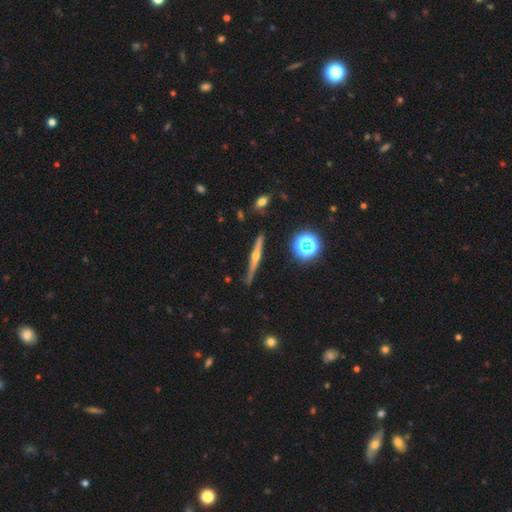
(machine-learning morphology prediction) Smooth or featured? Predicted: featured or disk (p=0.70). Edge-on disk? Predicted: yes (p=0.97). Edge-on bulge? Predicted: rounded (p=0.91). Merging? Predicted: none (p=0.85).